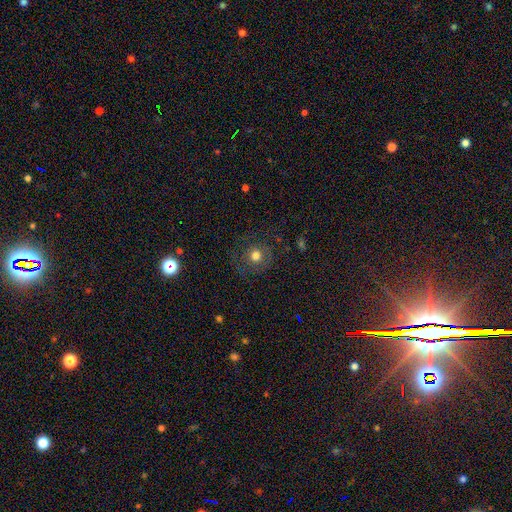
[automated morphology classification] A smooth galaxy with no disk features (68%) that is round (90%). Merging: none (77%).